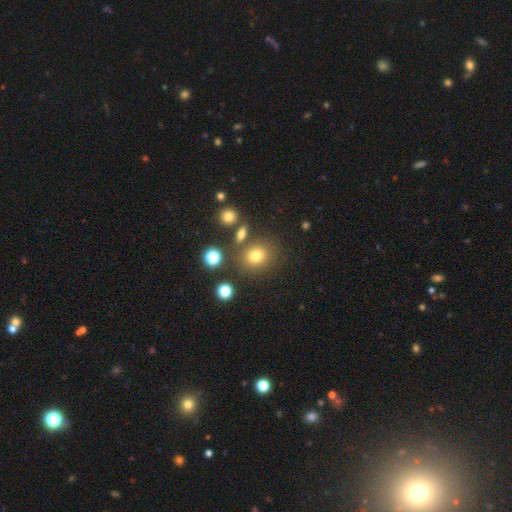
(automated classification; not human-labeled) smooth_or_featured: smooth (p=0.75) [alt: star or artifact p=0.17]
how_rounded: round (p=0.74) [alt: in between p=0.25]
merging: none (p=0.76) [alt: minor disturbance p=0.10]